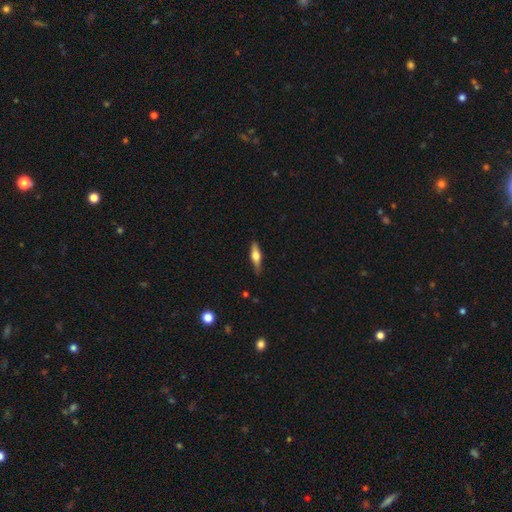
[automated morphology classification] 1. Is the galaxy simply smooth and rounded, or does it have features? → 50% featured or disk, 44% smooth, 6% star or artifact.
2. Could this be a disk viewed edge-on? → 93% yes, 7% no.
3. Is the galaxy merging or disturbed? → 82% none, 14% minor disturbance, 3% major disturbance, 1% merger.